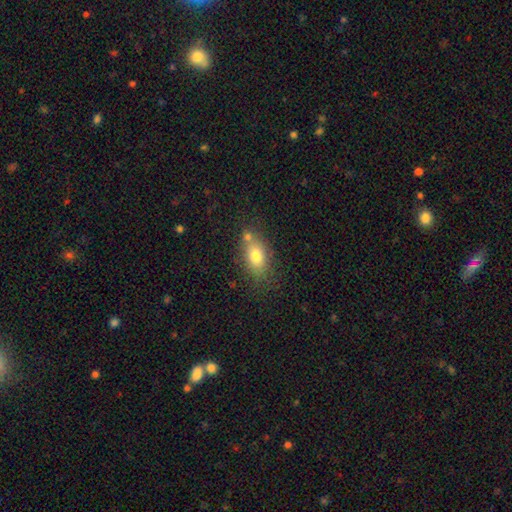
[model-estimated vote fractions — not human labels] smooth-or-featured: smooth: 75% | featured or disk: 15% | star or artifact: 10%
  how-rounded: in between: 80% | round: 15% | cigar-shaped: 4%
  merging: none: 61% | merger: 19% | minor disturbance: 16% | major disturbance: 5%